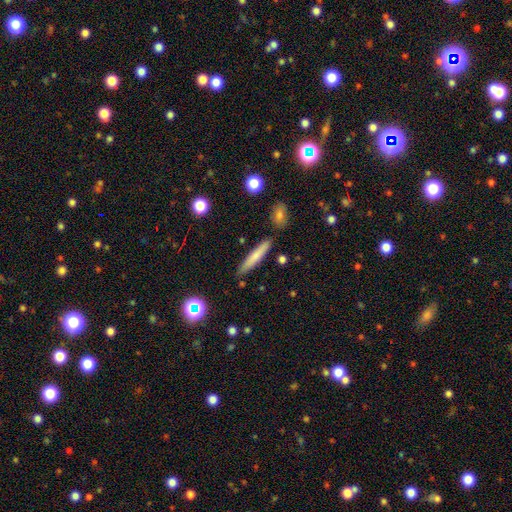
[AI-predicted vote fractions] This appears to be a smooth galaxy with no disk features (71%) that is cigar-shaped (92%). Merging: none (85%).